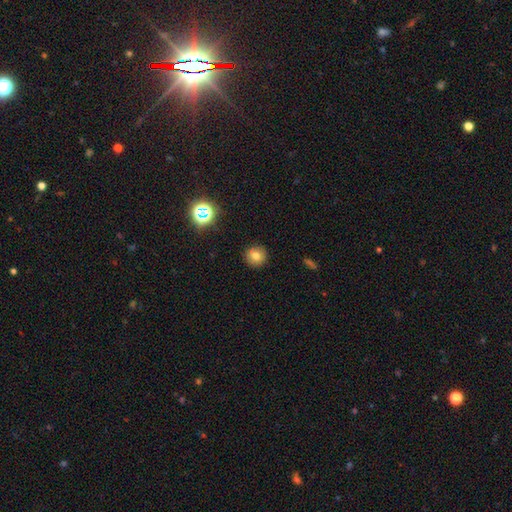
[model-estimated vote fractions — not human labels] Smooth or featured? smooth (74%)
How rounded? round (94%)
Merging? none (91%)